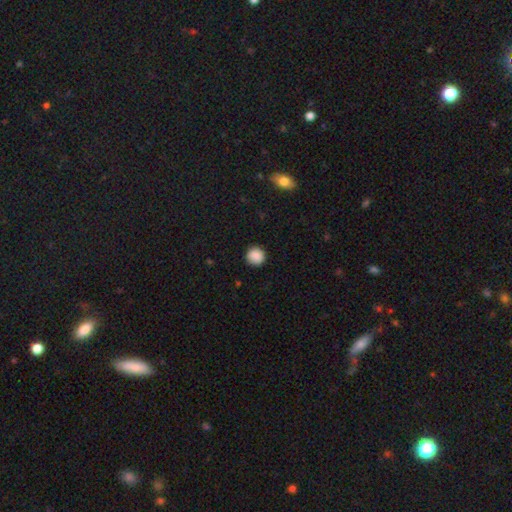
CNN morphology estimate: Q: Smooth or featured?
A: smooth (88%); runner-up: star or artifact (8%)
Q: How rounded?
A: round (94%); runner-up: in between (5%)
Q: Merging?
A: none (90%); runner-up: minor disturbance (7%)